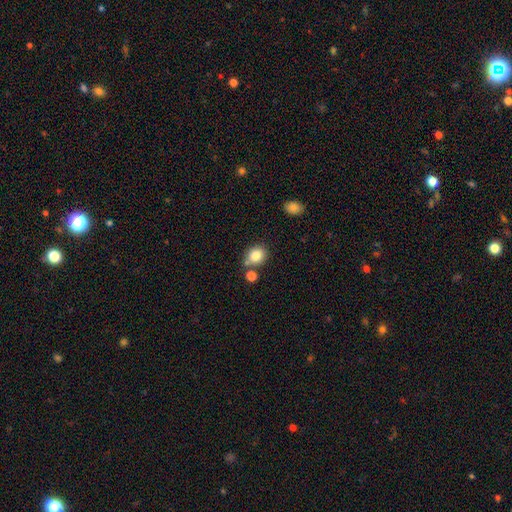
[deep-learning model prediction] smooth_or_featured: smooth (p=0.82) [alt: star or artifact p=0.10]
how_rounded: round (p=0.66) [alt: in between p=0.33]
merging: none (p=0.67) [alt: merger p=0.18]